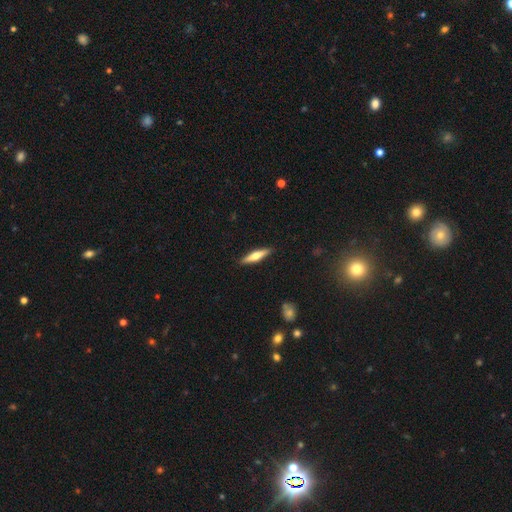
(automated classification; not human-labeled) smooth 51%, featured or disk 44%, star or artifact 5%. Down the decision tree: how rounded — cigar-shaped (83%); merging — none (90%).